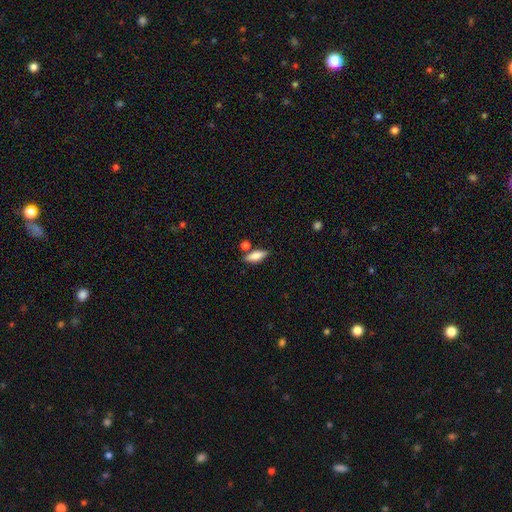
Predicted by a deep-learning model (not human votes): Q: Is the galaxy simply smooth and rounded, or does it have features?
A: smooth — 80%.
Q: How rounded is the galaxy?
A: in between — 69%.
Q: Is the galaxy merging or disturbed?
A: none — 73%.